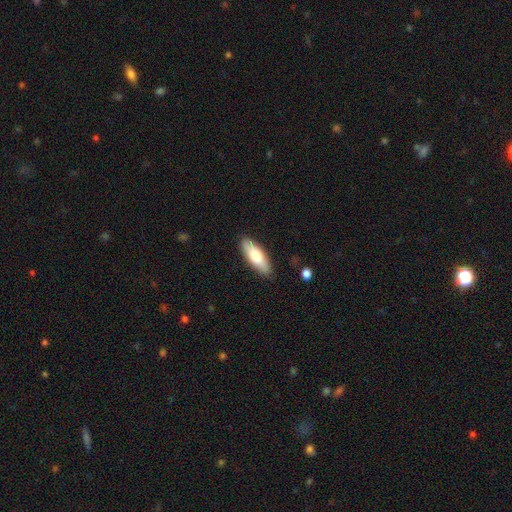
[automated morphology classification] This is likely a smooth galaxy (76%). How rounded: possibly in between (60%). Merging: clearly none (87%).